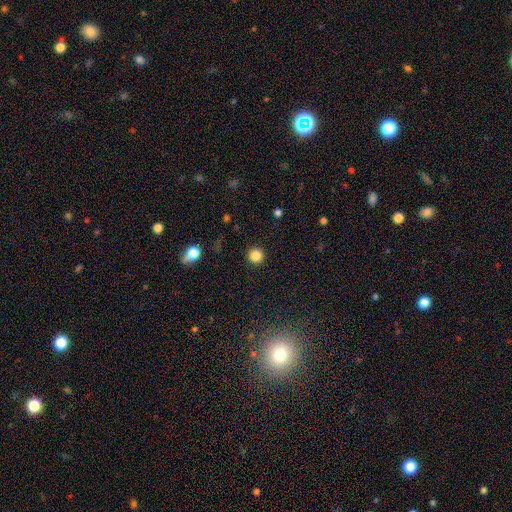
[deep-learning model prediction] A smooth galaxy with no disk features (85%) that is round (96%).

Vote fractions:
- Smooth or featured? smooth: 85% / star or artifact: 11% / featured or disk: 4%
- How rounded? round: 96% / in between: 4% / cigar-shaped: 1%
- Merging? none: 92% / minor disturbance: 5% / major disturbance: 2% / merger: 1%